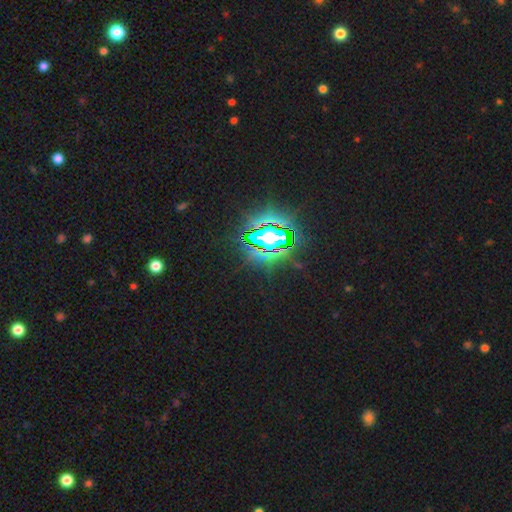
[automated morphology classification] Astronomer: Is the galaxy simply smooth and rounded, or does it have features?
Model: star or artifact — 84%.